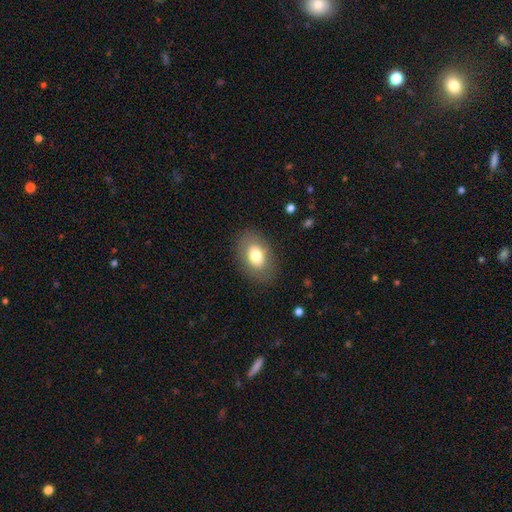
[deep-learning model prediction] A smooth galaxy with no disk features (73%) that is in between round and cigar-shaped (82%). Merging: none (83%).